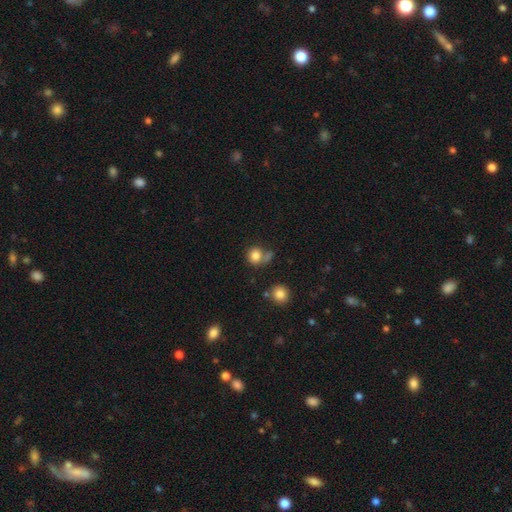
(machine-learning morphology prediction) The model was most divided on "merging": none: 58%, merger: 20%, minor disturbance: 14%, major disturbance: 8%. More confident: how rounded — round (86%); smooth or featured — smooth (82%).